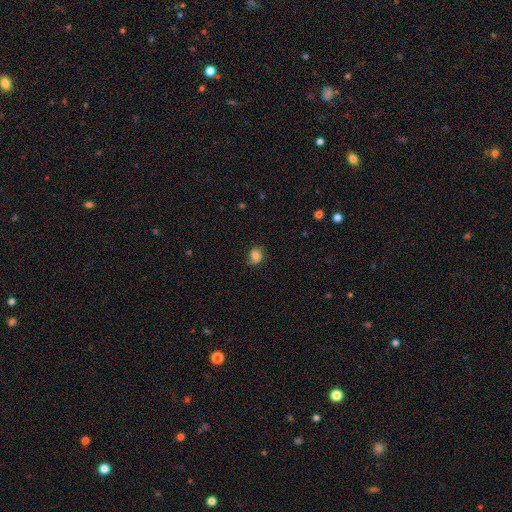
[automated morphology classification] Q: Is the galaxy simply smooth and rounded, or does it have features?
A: smooth — 81%.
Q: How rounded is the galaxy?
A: round — 55%.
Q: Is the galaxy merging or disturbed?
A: none — 71%.